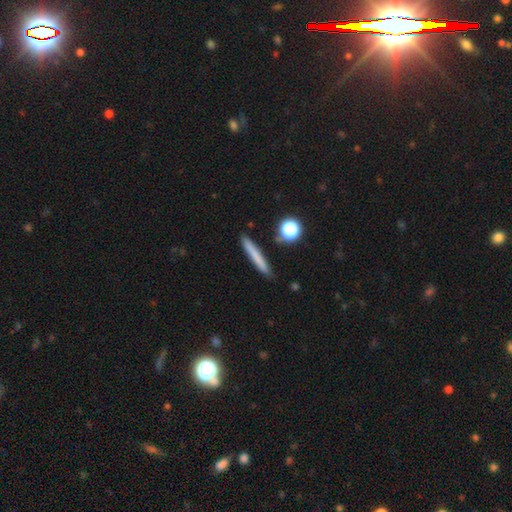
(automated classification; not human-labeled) Q: Smooth or featured?
A: smooth (71%); runner-up: featured or disk (20%)
Q: How rounded?
A: cigar-shaped (94%); runner-up: in between (3%)
Q: Merging?
A: none (89%); runner-up: minor disturbance (8%)